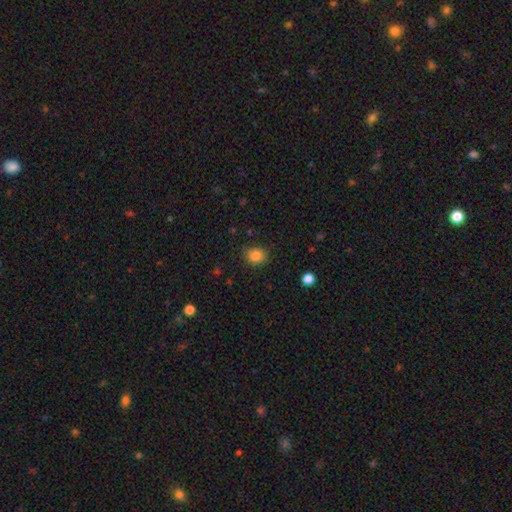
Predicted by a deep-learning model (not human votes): Morphology: type=smooth (84%); roundness=round (66%); merging=none (84%).